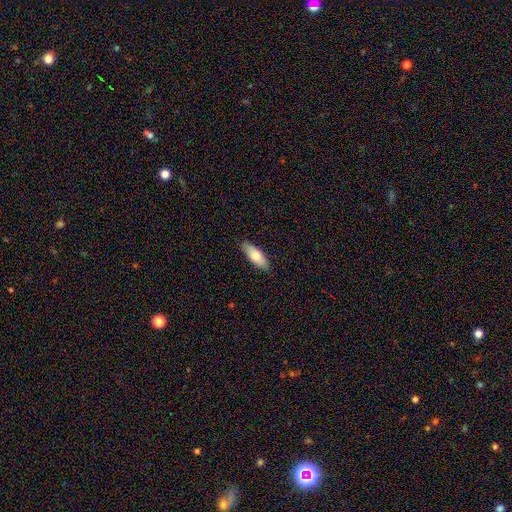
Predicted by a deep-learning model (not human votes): Smooth or featured? Predicted: smooth (p=0.78). How rounded? Predicted: in between (p=0.70). Merging? Predicted: none (p=0.85).